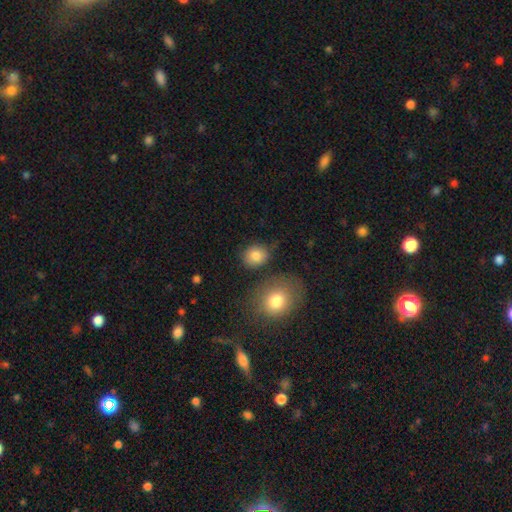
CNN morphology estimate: Smooth or featured? Predicted: smooth (p=0.84). How rounded? Predicted: round (p=0.61). Merging? Predicted: none (p=0.76).